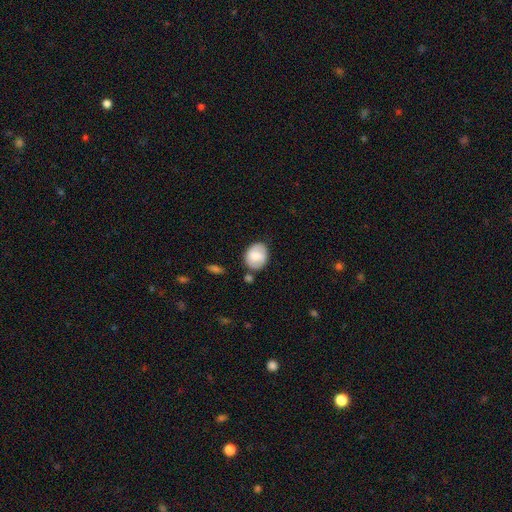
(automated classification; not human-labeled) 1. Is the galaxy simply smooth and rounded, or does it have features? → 73% smooth, 20% featured or disk, 7% star or artifact.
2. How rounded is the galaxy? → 52% in between, 47% round, 1% cigar-shaped.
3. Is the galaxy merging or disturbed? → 72% none, 17% minor disturbance, 6% merger, 4% major disturbance.